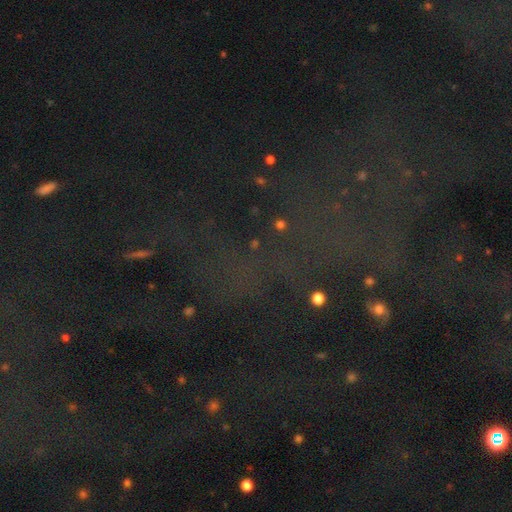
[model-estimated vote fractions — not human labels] Smooth or featured?
  - star or artifact: 72% *
  - smooth: 15%
  - featured or disk: 13%